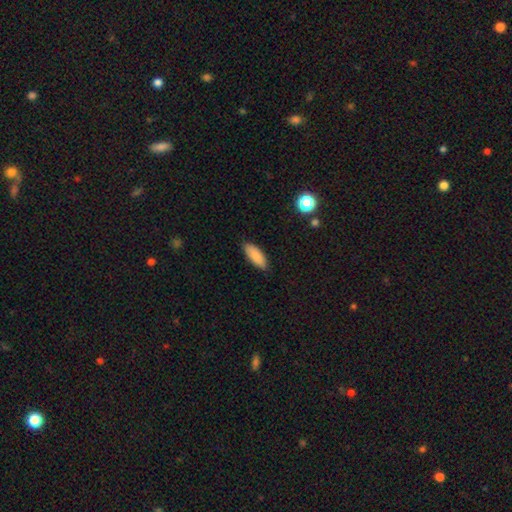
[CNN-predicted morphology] This appears to be a smooth galaxy with no disk features (87%) that is in between round and cigar-shaped (77%). Merging: none (86%).